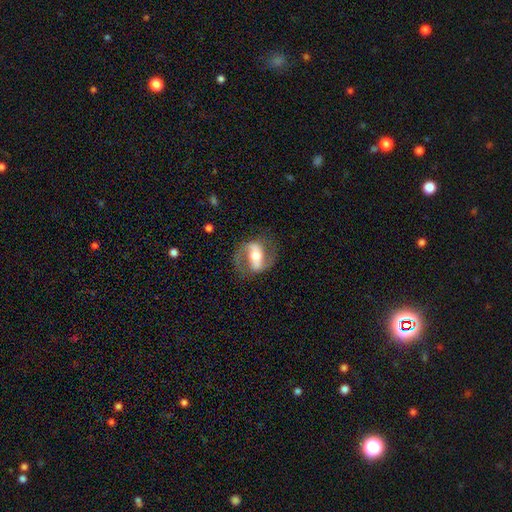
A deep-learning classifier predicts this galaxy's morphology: Smooth or featured?
  - featured or disk: 82% *
  - smooth: 13%
  - star or artifact: 5%
Edge-on disk?
  - no: 95% *
  - yes: 5%
Bar?
  - strong: 57% *
  - weak: 28%
  - no: 15%
Spiral arms?
  - yes: 90% *
  - no: 10%
Spiral winding?
  - medium: 51% *
  - loose: 32%
  - tight: 17%
Spiral arm count?
  - 2: 90% *
  - 1: 4%
  - can't tell: 4%
  - 3: 1%
  - 4: 1%
  - more than 4: 1%
Bulge size?
  - moderate: 62% *
  - small: 20%
  - large: 14%
  - dominant: 2%
  - none: 2%
Merging?
  - none: 75% *
  - minor disturbance: 14%
  - major disturbance: 10%
  - merger: 1%